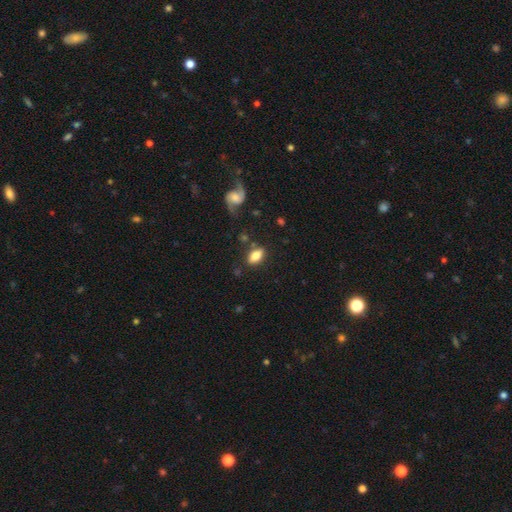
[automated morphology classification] smooth-or-featured: smooth: 79% | featured or disk: 13% | star or artifact: 8%
  how-rounded: in between: 89% | round: 7% | cigar-shaped: 4%
  merging: none: 78% | minor disturbance: 13% | merger: 5% | major disturbance: 4%